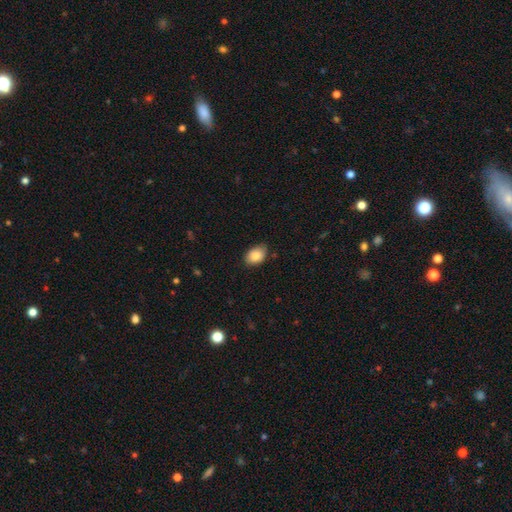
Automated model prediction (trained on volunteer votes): This appears to be a smooth galaxy with no disk features (86%) that is in between round and cigar-shaped (82%). Merging: none (82%).